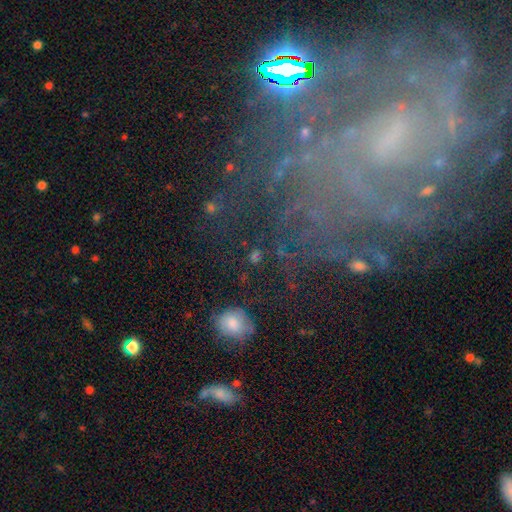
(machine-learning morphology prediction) Smooth or featured? Predicted: smooth (p=0.42). Merging? Predicted: none (p=0.74).